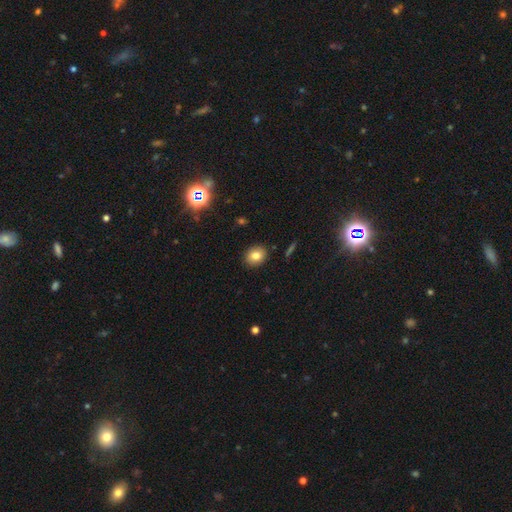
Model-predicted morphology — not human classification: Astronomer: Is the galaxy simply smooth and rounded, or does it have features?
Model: smooth — 81%.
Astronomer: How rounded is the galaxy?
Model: round — 60% (runner-up: in between, 39%).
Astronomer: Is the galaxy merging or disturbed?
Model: none — 90%.